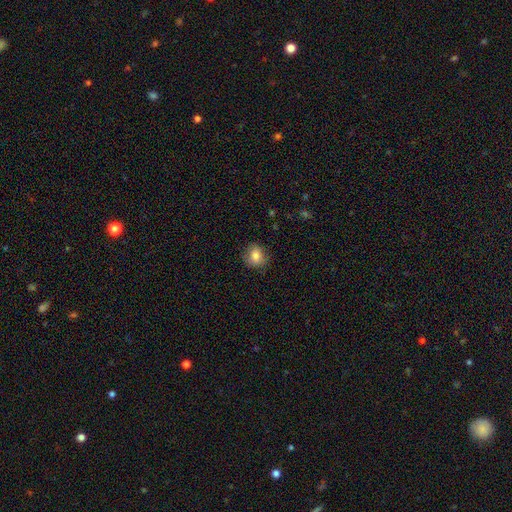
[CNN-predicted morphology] The model was most divided on "how rounded": round: 78%, in between: 21%, cigar-shaped: 1%. More confident: smooth or featured — smooth (80%); merging — none (80%).